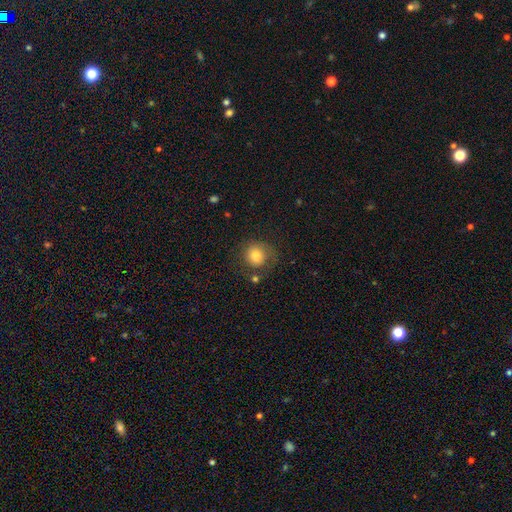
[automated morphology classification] A smooth galaxy with no disk features (78%) that is round (87%).

Vote fractions:
- Smooth or featured? smooth: 78% / featured or disk: 13% / star or artifact: 10%
- How rounded? round: 87% / in between: 12% / cigar-shaped: 1%
- Merging? none: 64% / minor disturbance: 18% / major disturbance: 12% / merger: 6%